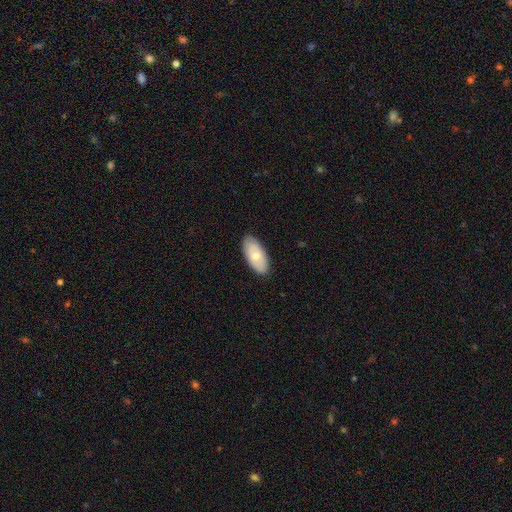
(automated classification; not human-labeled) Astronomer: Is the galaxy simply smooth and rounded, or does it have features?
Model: smooth — 69%.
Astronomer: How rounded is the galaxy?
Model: in between — 93%.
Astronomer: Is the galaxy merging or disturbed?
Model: none — 87%.